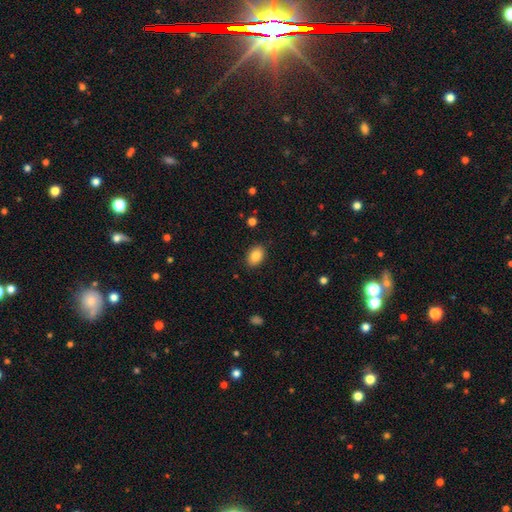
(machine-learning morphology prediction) This appears to be a smooth galaxy with no disk features (86%) that is in between round and cigar-shaped (83%). Merging: none (88%).